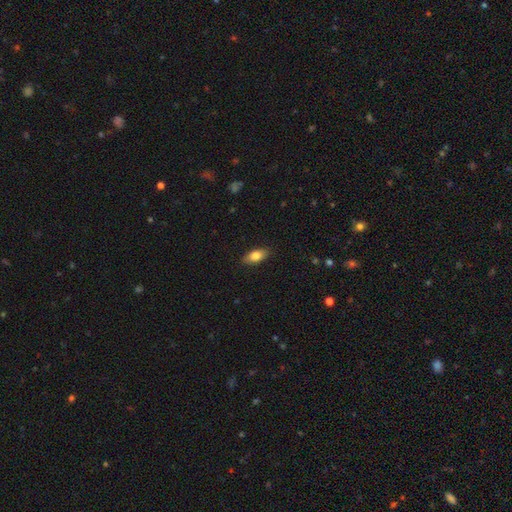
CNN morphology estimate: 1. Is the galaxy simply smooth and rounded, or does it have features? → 80% smooth, 13% featured or disk, 7% star or artifact.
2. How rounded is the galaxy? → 85% in between, 11% cigar-shaped, 4% round.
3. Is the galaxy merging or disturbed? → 88% none, 9% minor disturbance, 2% major disturbance, 1% merger.